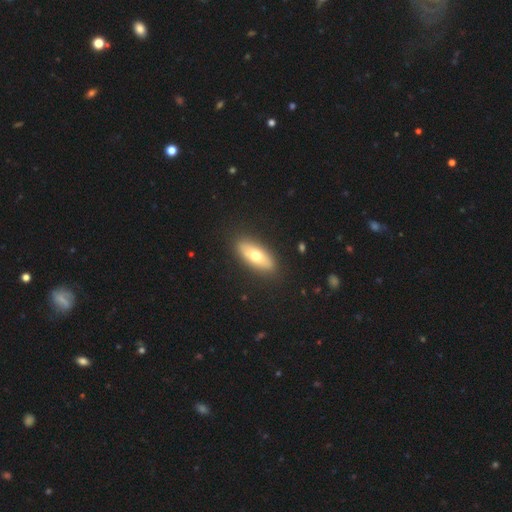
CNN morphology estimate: smooth 60%, featured or disk 34%, star or artifact 6%. Down the decision tree: how rounded — in between (72%); merging — none (88%).